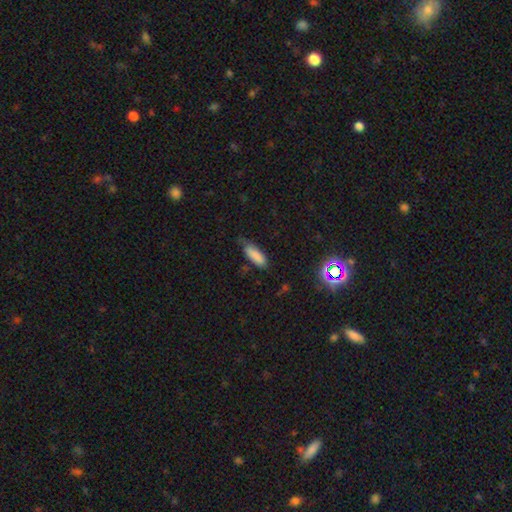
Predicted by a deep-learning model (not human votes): A smooth galaxy with no disk features (84%) that is in between round and cigar-shaped (68%). Merging: none (55%).